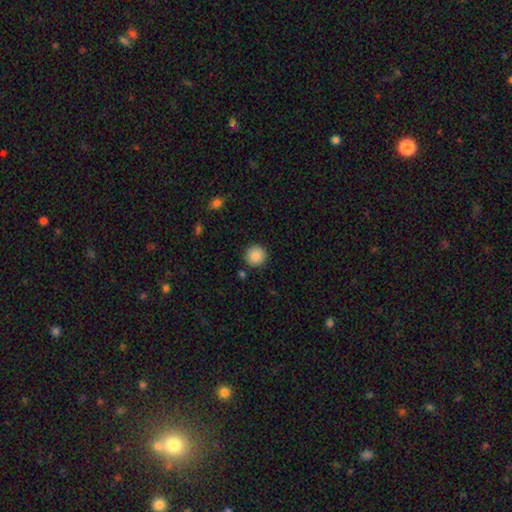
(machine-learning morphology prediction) smooth 88%, star or artifact 8%, featured or disk 3%. Down the decision tree: how rounded — round (95%); merging — none (90%).